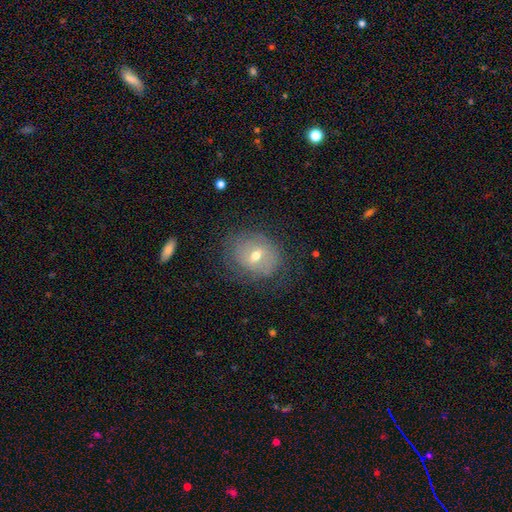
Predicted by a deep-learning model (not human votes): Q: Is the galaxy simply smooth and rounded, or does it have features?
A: featured or disk — 46%.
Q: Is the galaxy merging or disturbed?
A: none — 67%.